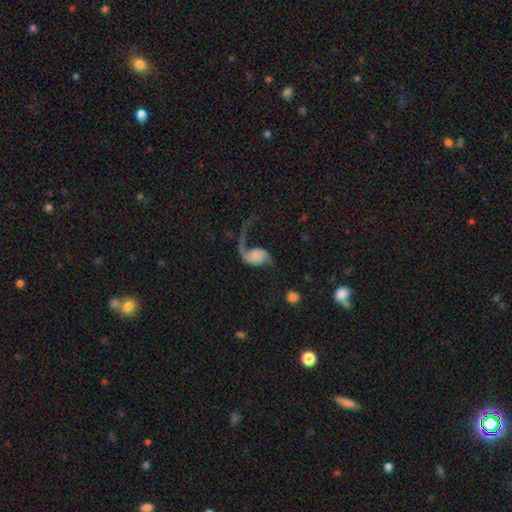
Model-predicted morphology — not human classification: Smooth or featured?
  - featured or disk: 78% *
  - smooth: 15%
  - star or artifact: 7%
Edge-on disk?
  - no: 98% *
  - yes: 2%
Bar?
  - no: 70% *
  - weak: 22%
  - strong: 8%
Spiral arms?
  - yes: 93% *
  - no: 7%
Spiral winding?
  - loose: 88% *
  - medium: 9%
  - tight: 3%
Spiral arm count?
  - 2: 76% *
  - 1: 20%
  - can't tell: 1%
  - 3: 1%
  - 4: 1%
  - more than 4: 1%
Bulge size?
  - none: 48% *
  - small: 18%
  - large: 12%
  - dominant: 12%
  - moderate: 9%
Merging?
  - none: 40% *
  - major disturbance: 38%
  - minor disturbance: 16%
  - merger: 6%